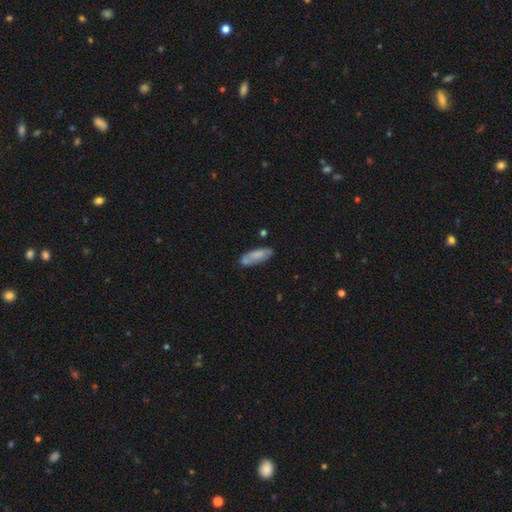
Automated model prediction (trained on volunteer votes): Morphology: type=smooth (74%); roundness=in between (61%); merging=none (62%).